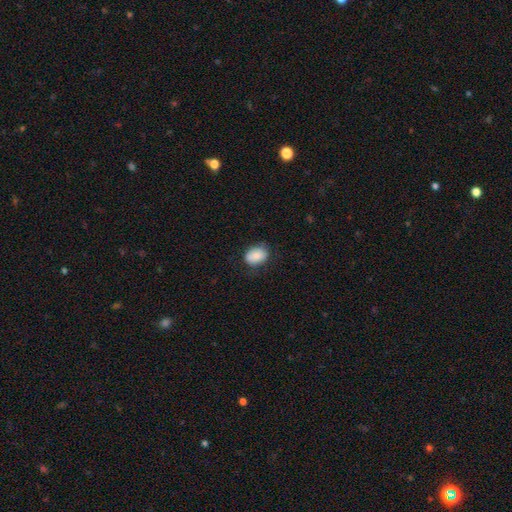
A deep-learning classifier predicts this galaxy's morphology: This is clearly a smooth galaxy (84%). How rounded: likely in between (69%). Merging: likely none (72%).